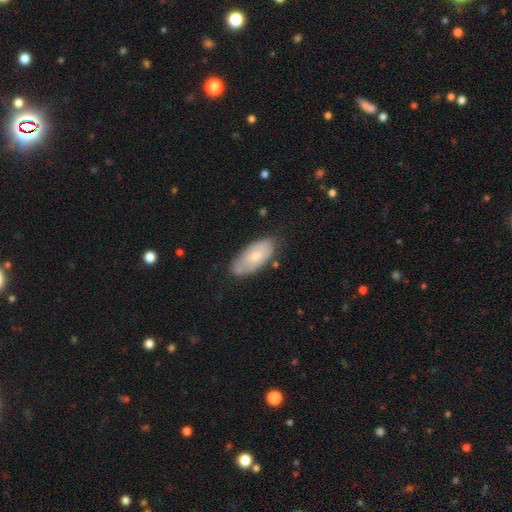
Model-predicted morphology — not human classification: type=smooth (61%); roundness=in between (90%); merging=none (69%).